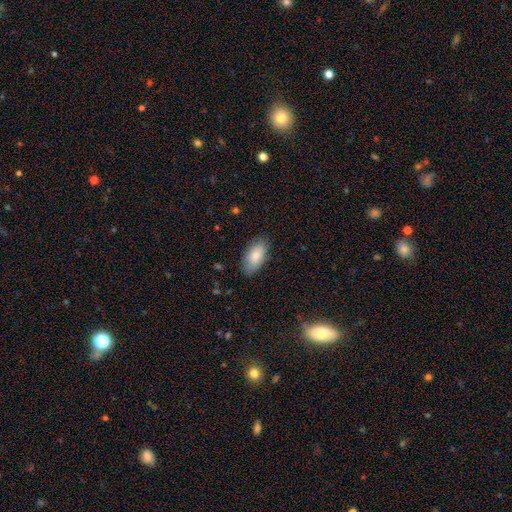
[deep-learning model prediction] A smooth galaxy with no disk features (81%) that is in between round and cigar-shaped (93%). Merging: none (83%).